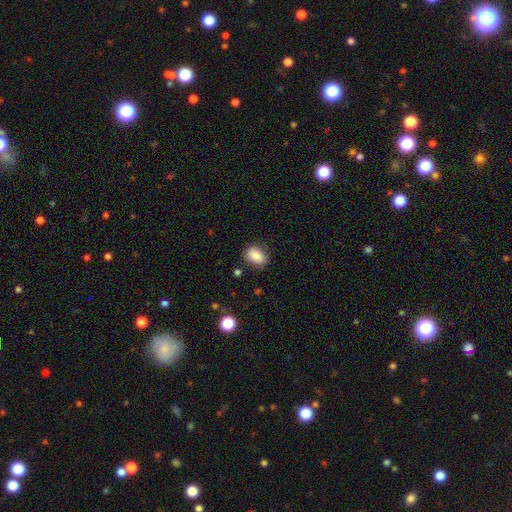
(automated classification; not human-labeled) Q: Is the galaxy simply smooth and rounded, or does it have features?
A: smooth — 86%.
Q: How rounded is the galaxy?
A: in between — 79%.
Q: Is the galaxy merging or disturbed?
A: none — 79%.